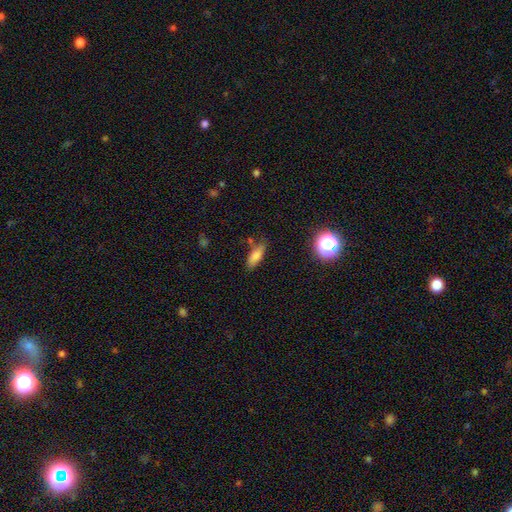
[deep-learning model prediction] This is likely a smooth galaxy (77%). How rounded: likely in between (63%). Merging: likely none (71%).